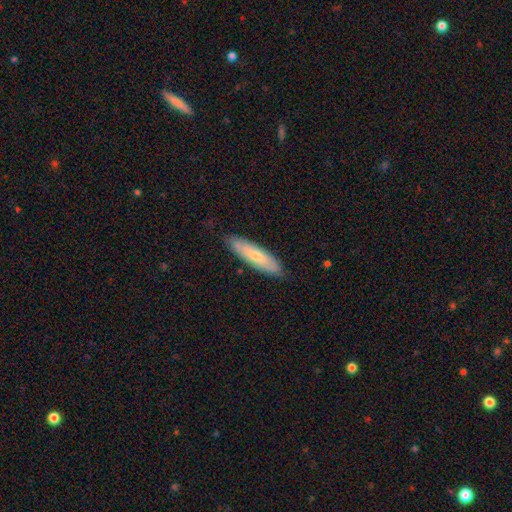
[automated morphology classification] The model was most divided on "how rounded": cigar-shaped: 68%, in between: 31%, round: 1%. More confident: merging — none (84%); smooth or featured — smooth (67%).